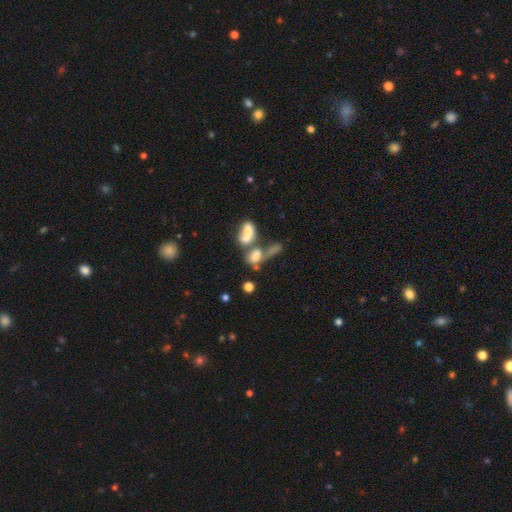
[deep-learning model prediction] Smooth or featured?
  - smooth: 61% *
  - featured or disk: 26%
  - star or artifact: 13%
How rounded?
  - in between: 76% *
  - round: 15%
  - cigar-shaped: 9%
Merging?
  - merger: 63% *
  - none: 16%
  - major disturbance: 13%
  - minor disturbance: 8%